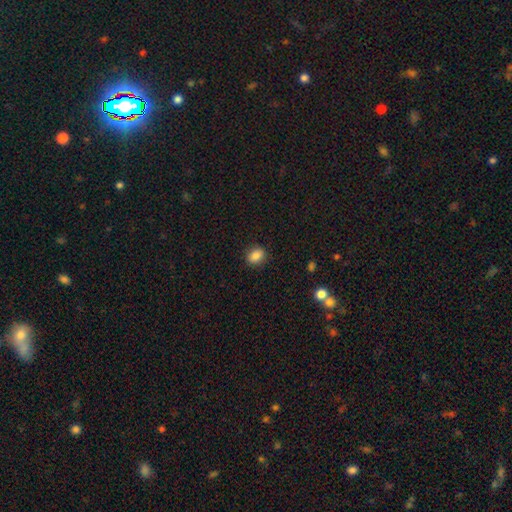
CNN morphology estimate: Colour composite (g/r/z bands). It shows a smooth galaxy with no disk features (86%) that is round (53%). Merging: none (88%).